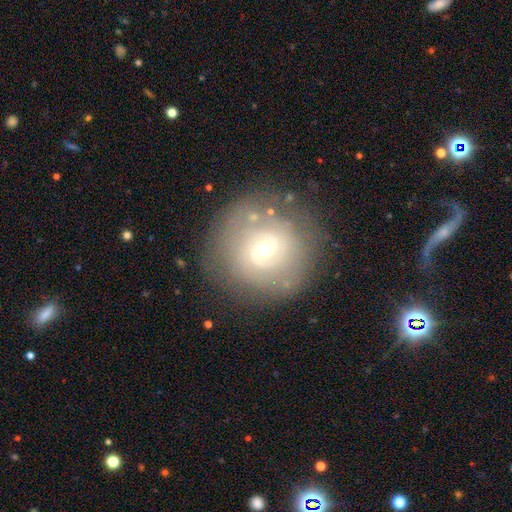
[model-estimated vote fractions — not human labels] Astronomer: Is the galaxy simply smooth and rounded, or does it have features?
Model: featured or disk — 78%.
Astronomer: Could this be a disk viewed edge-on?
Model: no — 97%.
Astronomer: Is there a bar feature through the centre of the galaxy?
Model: no — 44%, tied with weak at 44%.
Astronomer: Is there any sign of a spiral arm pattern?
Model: yes — 87%.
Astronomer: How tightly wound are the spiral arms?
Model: tight — 58%.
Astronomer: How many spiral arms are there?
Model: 2 — 57%.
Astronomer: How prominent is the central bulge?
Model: moderate — 65%.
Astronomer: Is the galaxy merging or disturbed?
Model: none — 76%.